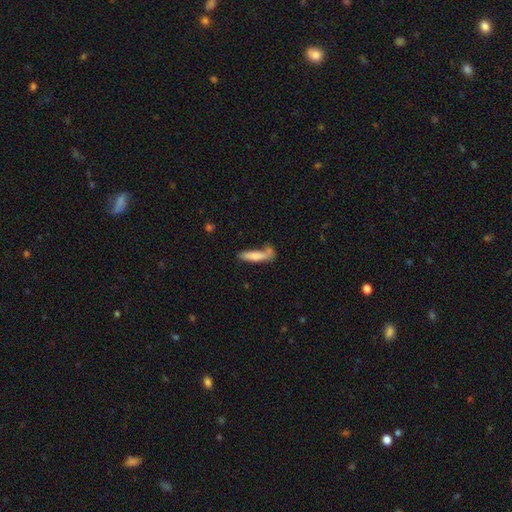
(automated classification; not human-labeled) Overall: smooth (76%). How rounded: cigar-shaped (75%). Merging: none (50%; merger 21%).